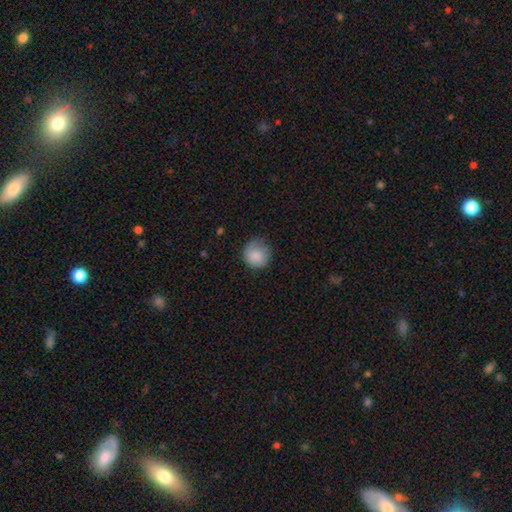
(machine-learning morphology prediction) Smooth or featured? Predicted: smooth (p=0.84). How rounded? Predicted: round (p=0.90). Merging? Predicted: none (p=0.64).